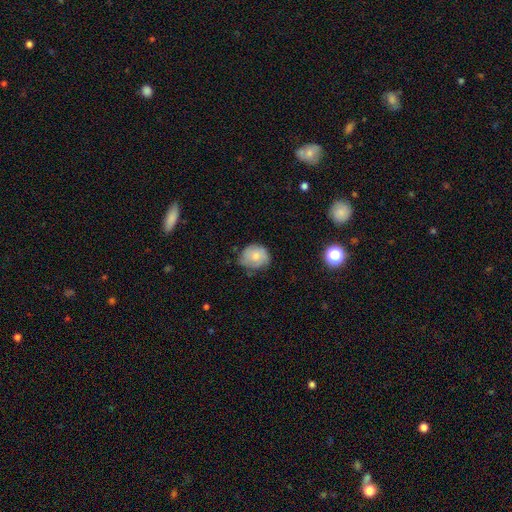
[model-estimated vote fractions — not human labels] Morphology: type=smooth (65%); roundness=round (71%); merging=none (58%).